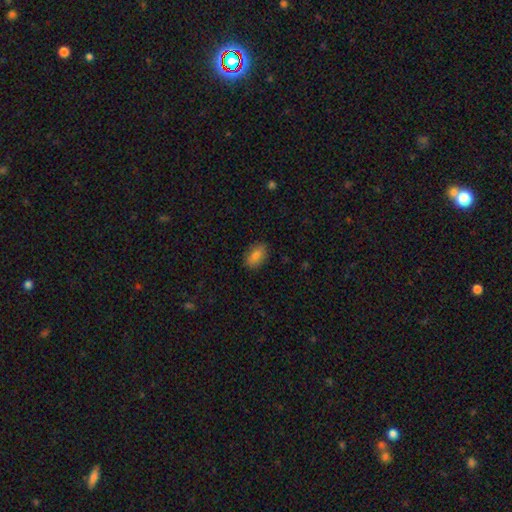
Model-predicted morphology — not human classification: smooth-or-featured: smooth: 81% | featured or disk: 10% | star or artifact: 9%
  how-rounded: in between: 86% | round: 11% | cigar-shaped: 2%
  merging: none: 86% | minor disturbance: 11% | major disturbance: 2% | merger: 1%